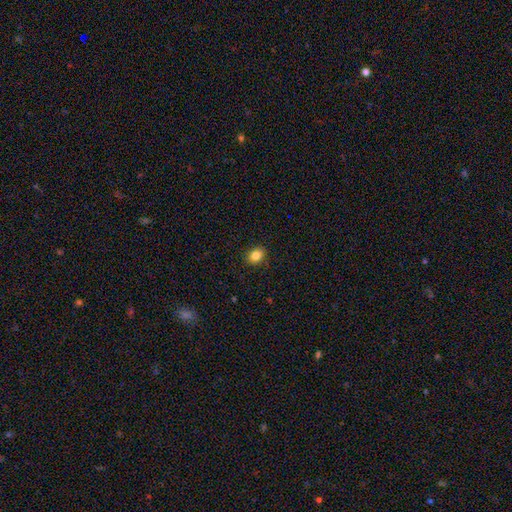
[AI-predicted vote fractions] Smooth or featured? Predicted: smooth (p=0.85). How rounded? Predicted: in between (p=0.57). Merging? Predicted: none (p=0.89).